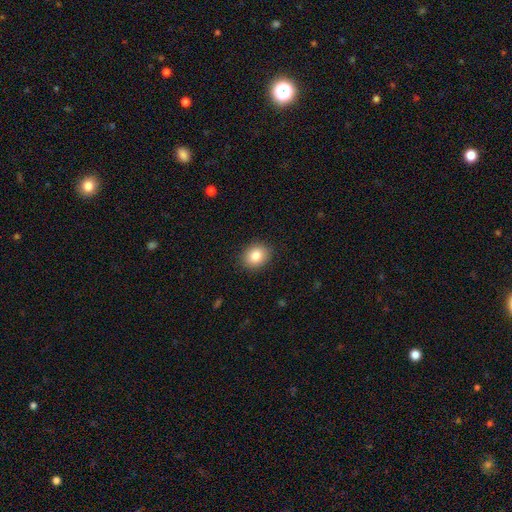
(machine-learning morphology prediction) smooth-or-featured: smooth: 85% | star or artifact: 9% | featured or disk: 7%
  how-rounded: round: 56% | in between: 43% | cigar-shaped: 1%
  merging: none: 89% | minor disturbance: 8% | major disturbance: 2% | merger: 1%